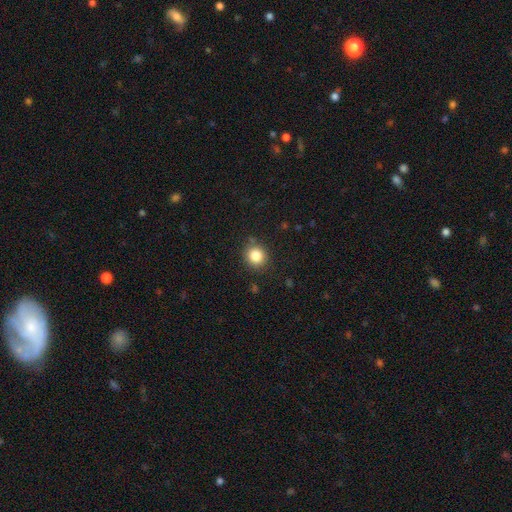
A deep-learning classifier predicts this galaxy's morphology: smooth 84%, star or artifact 11%, featured or disk 5%. Down the decision tree: how rounded — round (86%); merging — none (86%).